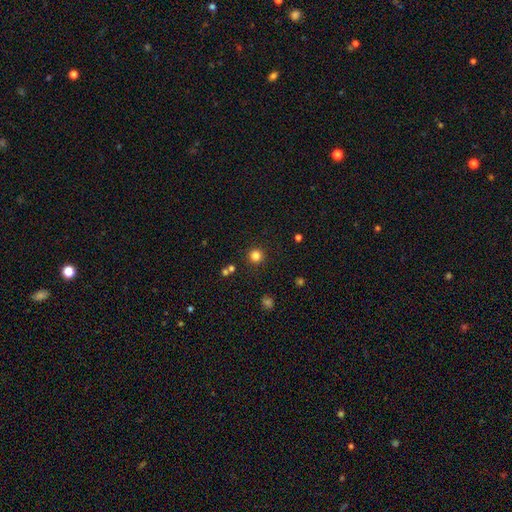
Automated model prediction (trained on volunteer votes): A smooth galaxy with no disk features (82%) that is round (95%). Merging: none (90%).